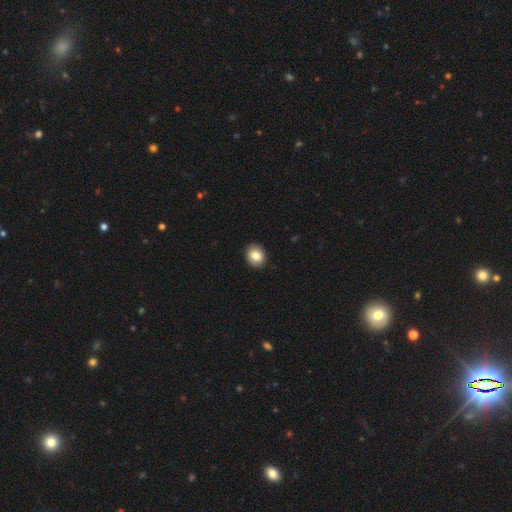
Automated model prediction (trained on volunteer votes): This appears to be a smooth galaxy with no disk features (84%) that is round (65%). Merging: none (91%).